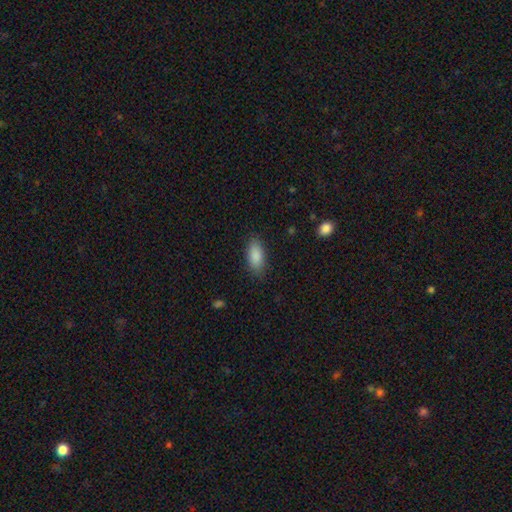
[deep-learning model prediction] Smooth or featured?
  - smooth: 88% *
  - star or artifact: 7%
  - featured or disk: 5%
How rounded?
  - in between: 87% *
  - cigar-shaped: 10%
  - round: 3%
Merging?
  - none: 84% *
  - minor disturbance: 12%
  - major disturbance: 3%
  - merger: 1%